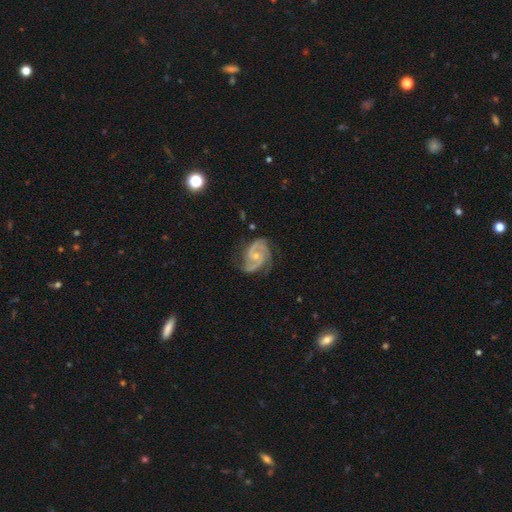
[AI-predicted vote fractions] This appears to be a featured or disk galaxy (92%) with no bar (60%), 2 (62%) medium (53%) spiral arms (98%) and a small central bulge (60%). Merging: none (72%).